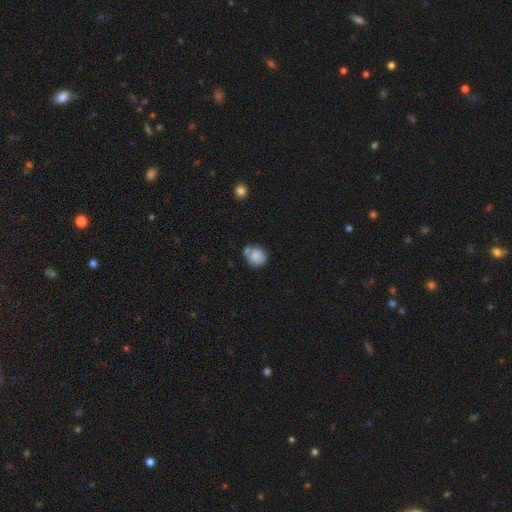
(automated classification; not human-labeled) This appears to be a smooth galaxy with no disk features (83%) that is round (78%). Merging: none (54%).